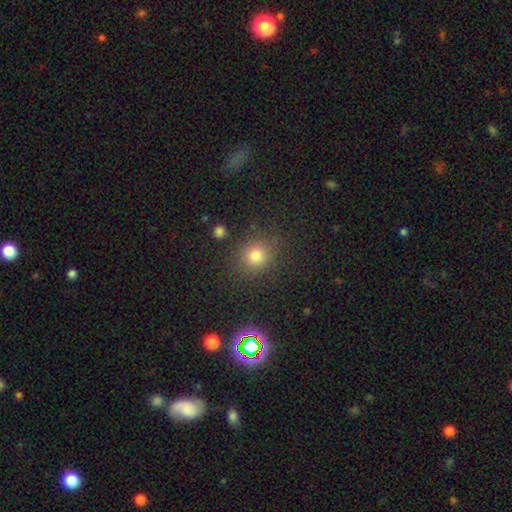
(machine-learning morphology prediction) Smooth or featured? smooth (75%)
How rounded? round (86%)
Merging? none (85%)